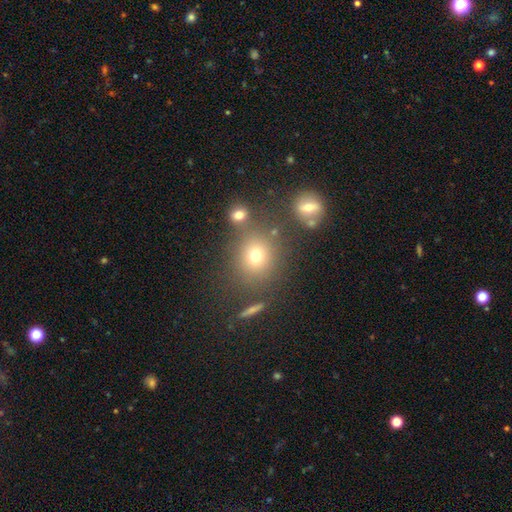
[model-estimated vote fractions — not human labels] This is likely a smooth galaxy (71%). How rounded: likely round (80%). Merging: likely none (73%).